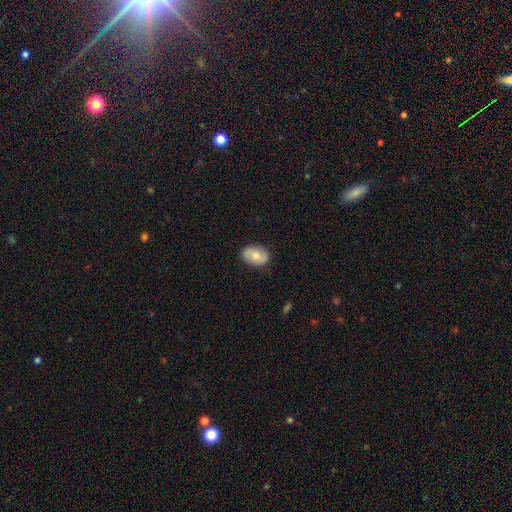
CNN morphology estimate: Smooth or featured? Predicted: smooth (p=0.68). How rounded? Predicted: in between (p=0.84). Merging? Predicted: none (p=0.84).